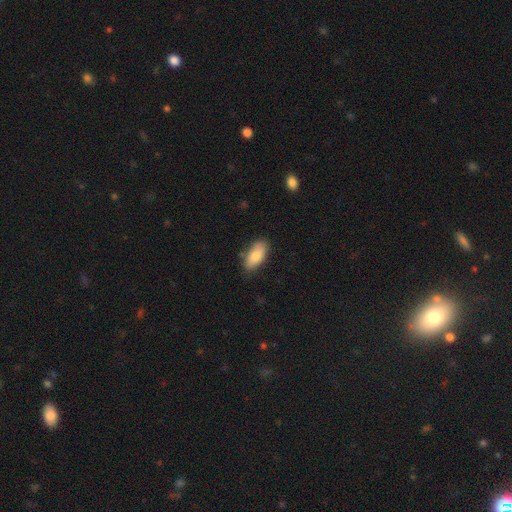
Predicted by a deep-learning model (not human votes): Smooth or featured? smooth (83%)
How rounded? in between (89%)
Merging? none (77%)